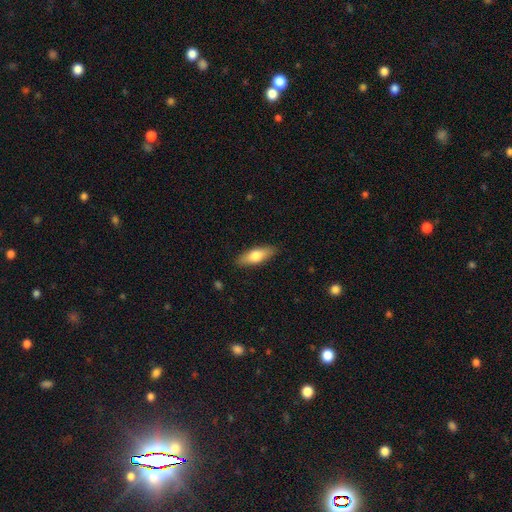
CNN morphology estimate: Smooth or featured? smooth (71%)
How rounded? in between (64%)
Merging? none (87%)